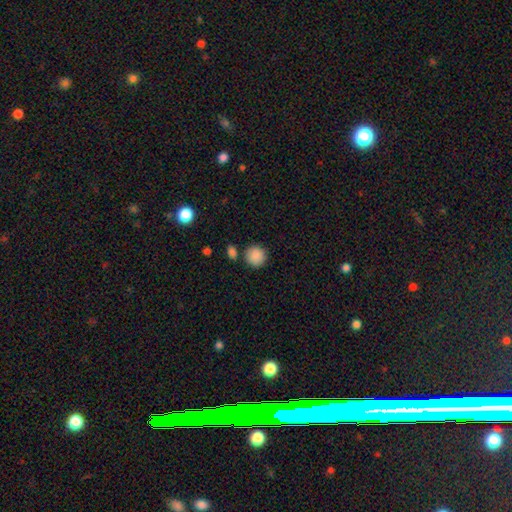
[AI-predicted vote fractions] Smooth or featured: smooth — 88% (star or artifact — 9%)
How rounded: round — 93% (in between — 6%)
Merging: none — 81% (minor disturbance — 9%)